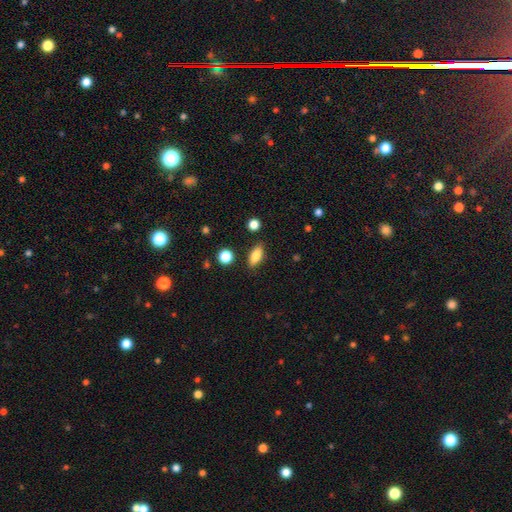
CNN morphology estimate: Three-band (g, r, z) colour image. It shows a smooth galaxy with no disk features (81%) that is in between round and cigar-shaped (79%). Merging: none (85%).